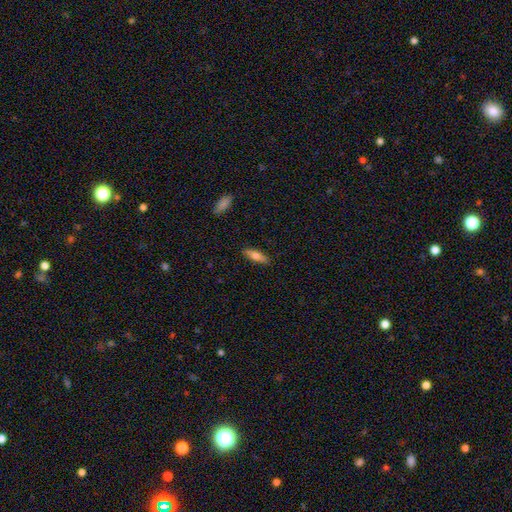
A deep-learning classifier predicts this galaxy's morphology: Smooth or featured: smooth — 69% (featured or disk — 25%)
How rounded: cigar-shaped — 52% (in between — 46%)
Merging: none — 87% (minor disturbance — 10%)